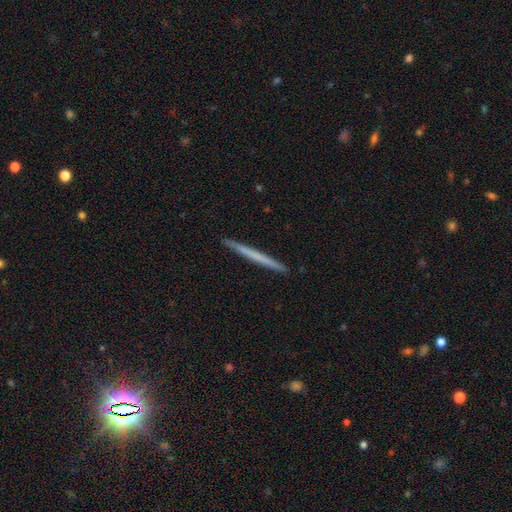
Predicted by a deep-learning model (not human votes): A smooth galaxy with no disk features (52%) that is cigar-shaped (97%).

Vote fractions:
- Smooth or featured? smooth: 52% / featured or disk: 43% / star or artifact: 5%
- How rounded? cigar-shaped: 97% / in between: 1% / round: 1%
- Merging? none: 93% / minor disturbance: 5% / major disturbance: 1% / merger: 1%